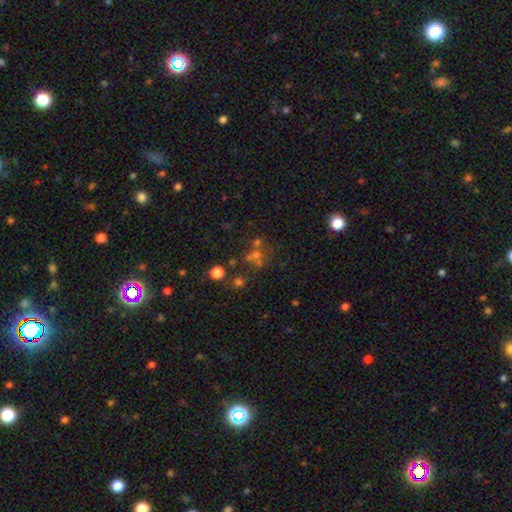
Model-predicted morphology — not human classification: smooth 44%, star or artifact 37%, featured or disk 19%. Down the decision tree: merging — none (52%).